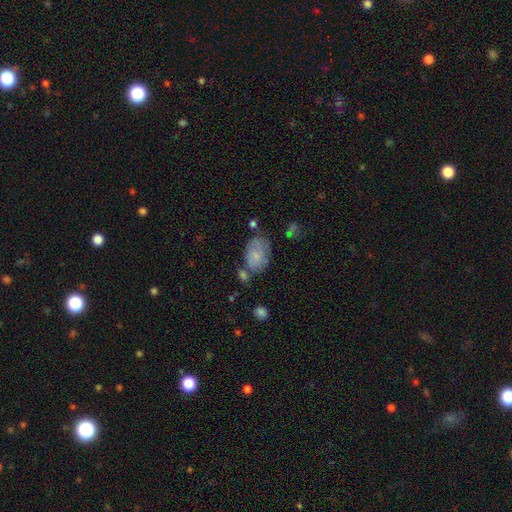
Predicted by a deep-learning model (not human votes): smooth-or-featured: smooth: 68% | featured or disk: 24% | star or artifact: 8%
  how-rounded: in between: 84% | round: 14% | cigar-shaped: 1%
  merging: none: 51% | minor disturbance: 26% | merger: 13% | major disturbance: 10%